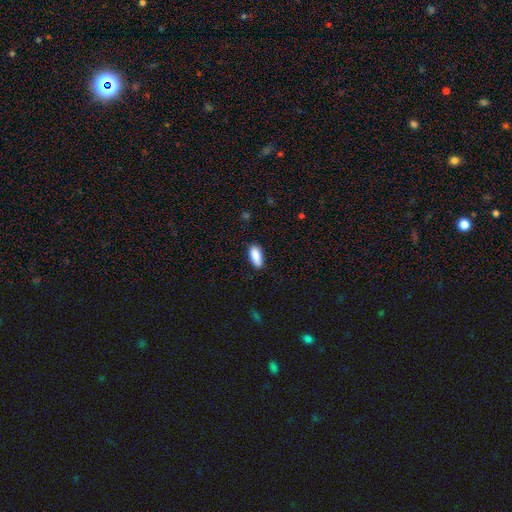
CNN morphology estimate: This appears to be a smooth galaxy with no disk features (89%) that is in between round and cigar-shaped (87%). Merging: none (83%).